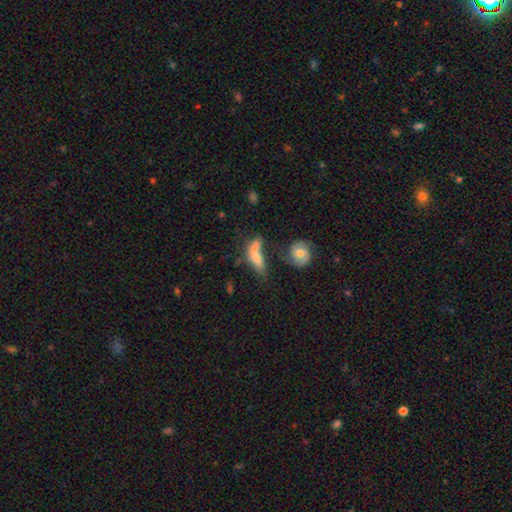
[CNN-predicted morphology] The model was most divided on "merging": merger: 31%, none: 27%, major disturbance: 23%, minor disturbance: 18%. More confident: how rounded — in between (59%); smooth or featured — smooth (55%).